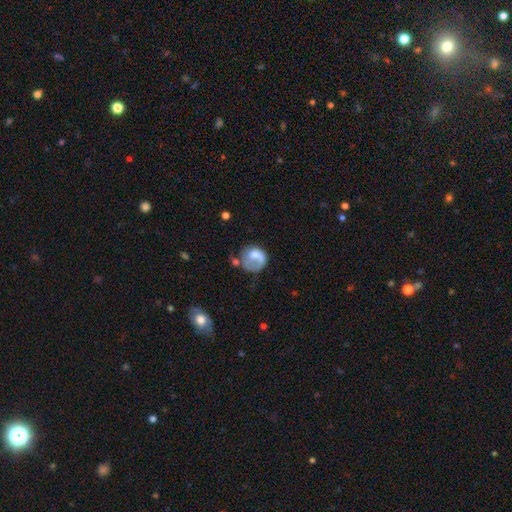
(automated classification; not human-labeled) Morphology: type=smooth (56%); roundness=round (70%); merging=major disturbance (35%).